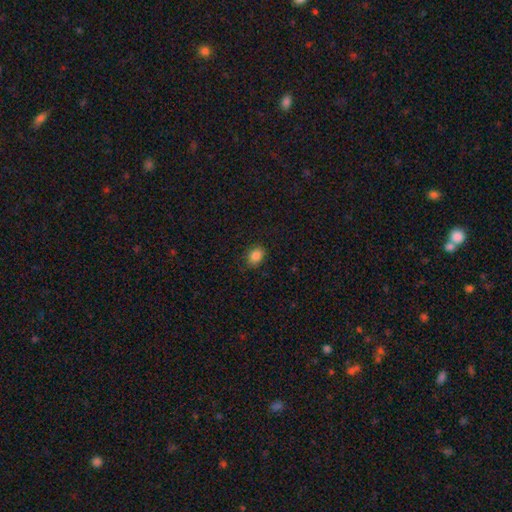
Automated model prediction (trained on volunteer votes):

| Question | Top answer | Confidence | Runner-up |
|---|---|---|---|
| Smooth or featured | smooth | 86% | star or artifact (10%) |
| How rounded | in between | 64% | round (35%) |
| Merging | none | 84% | minor disturbance (13%) |